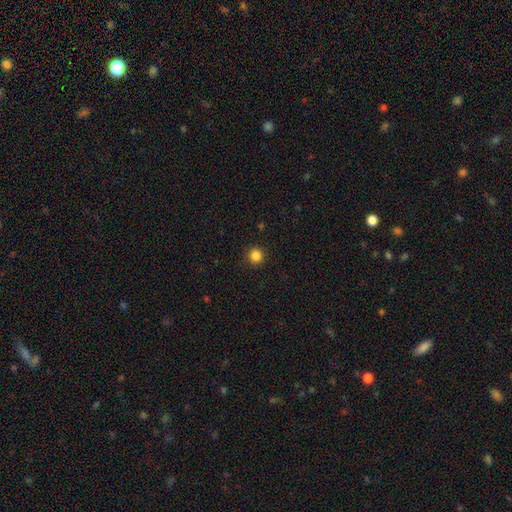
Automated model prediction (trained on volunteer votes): smooth-or-featured: smooth: 85% | star or artifact: 12% | featured or disk: 3%
  how-rounded: round: 95% | in between: 4% | cigar-shaped: 1%
  merging: none: 92% | minor disturbance: 5% | major disturbance: 2% | merger: 1%